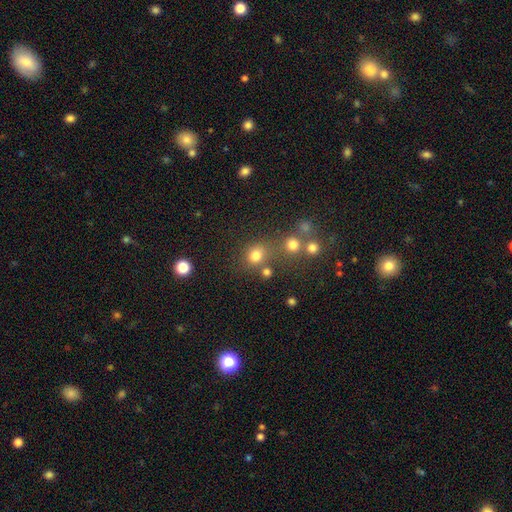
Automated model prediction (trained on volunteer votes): Smooth or featured? Predicted: smooth (p=0.76). How rounded? Predicted: round (p=0.78). Merging? Predicted: none (p=0.63).